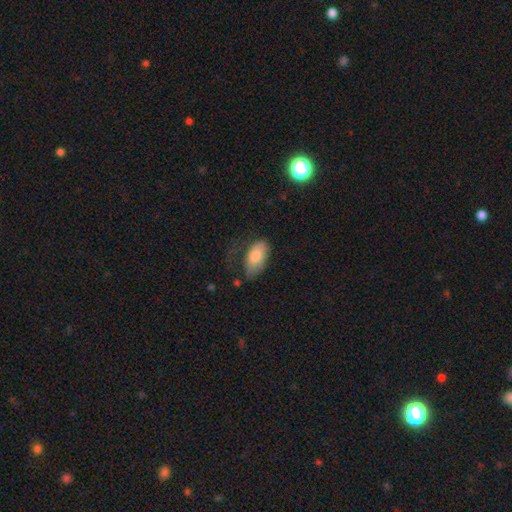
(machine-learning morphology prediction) This is likely a smooth galaxy (79%). How rounded: clearly in between (93%). Merging: marginally none (45%).